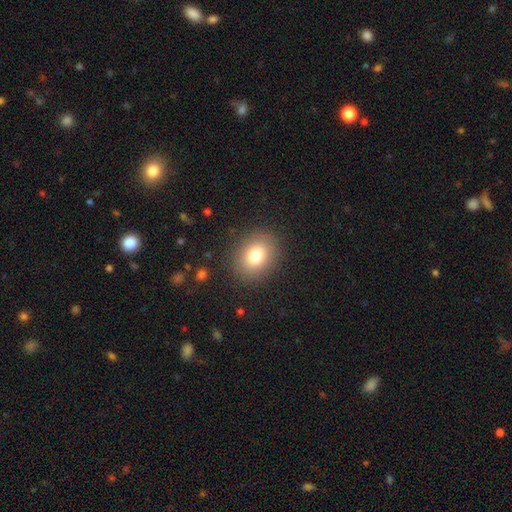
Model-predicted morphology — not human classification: This appears to be a smooth galaxy with no disk features (78%) that is round (51%). Merging: none (87%).